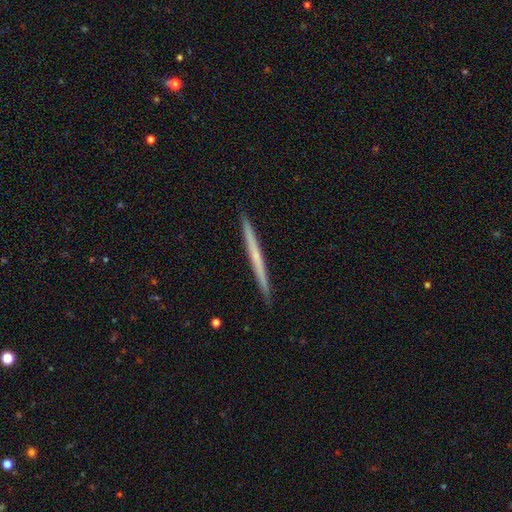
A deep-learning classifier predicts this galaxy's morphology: The model was most divided on "smooth or featured": featured or disk: 53%, smooth: 41%, star or artifact: 6%. More confident: edge-on disk — yes (98%); merging — none (93%); edge-on bulge — none (84%).